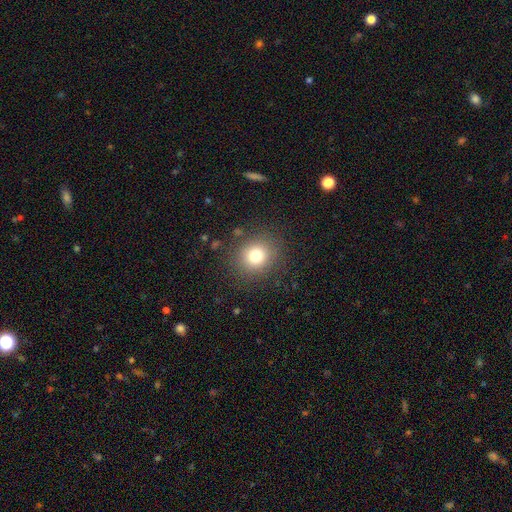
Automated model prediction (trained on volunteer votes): A smooth galaxy with no disk features (77%) that is round (84%).

Vote fractions:
- Smooth or featured? smooth: 77% / star or artifact: 14% / featured or disk: 9%
- How rounded? round: 84% / in between: 15% / cigar-shaped: 1%
- Merging? none: 86% / minor disturbance: 8% / major disturbance: 4% / merger: 1%